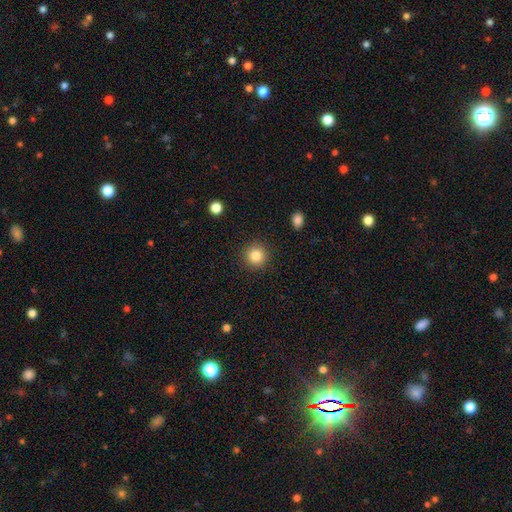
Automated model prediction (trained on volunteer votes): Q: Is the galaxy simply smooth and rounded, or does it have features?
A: smooth — 83%.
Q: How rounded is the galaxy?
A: round — 94%.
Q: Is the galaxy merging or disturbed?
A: none — 91%.